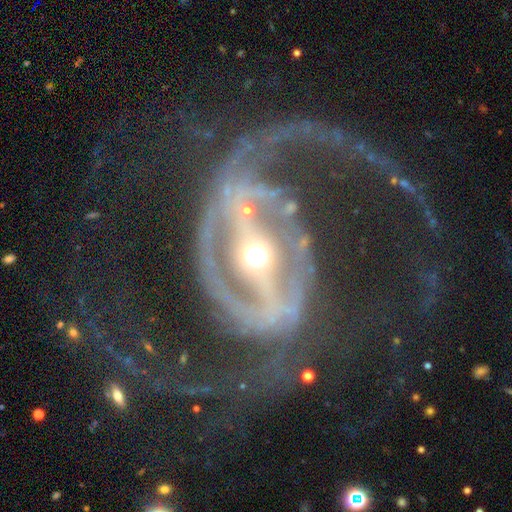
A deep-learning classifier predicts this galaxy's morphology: smooth-or-featured: featured or disk: 87% | smooth: 7% | star or artifact: 6%
  disk-edge-on: no: 95% | yes: 5%
    bar: strong: 65% | weak: 20% | no: 14%
    has-spiral-arms: yes: 72% | no: 28%
      spiral-winding: medium: 41% | tight: 30% | loose: 29%
      spiral-arm-count: 2: 79% | can't tell: 8% | 1: 4% | 3: 3% | 4: 2% | more than 4: 2%
    bulge-size: moderate: 65% | small: 24% | large: 8% | dominant: 2% | none: 1%
  merging: none: 52% | major disturbance: 24% | minor disturbance: 18% | merger: 6%